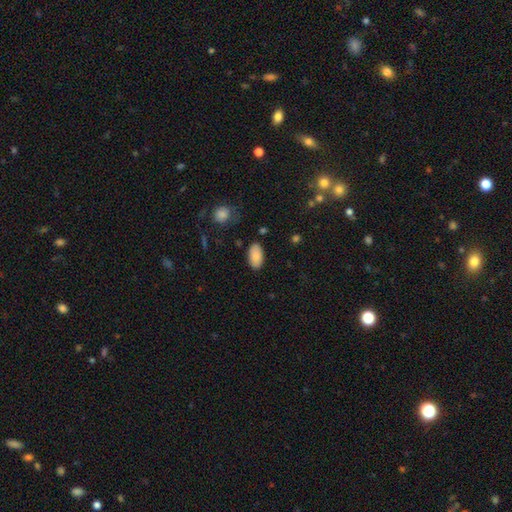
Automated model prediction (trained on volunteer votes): Smooth or featured: smooth — 84% (featured or disk — 9%)
How rounded: in between — 95% (round — 3%)
Merging: none — 84% (minor disturbance — 11%)